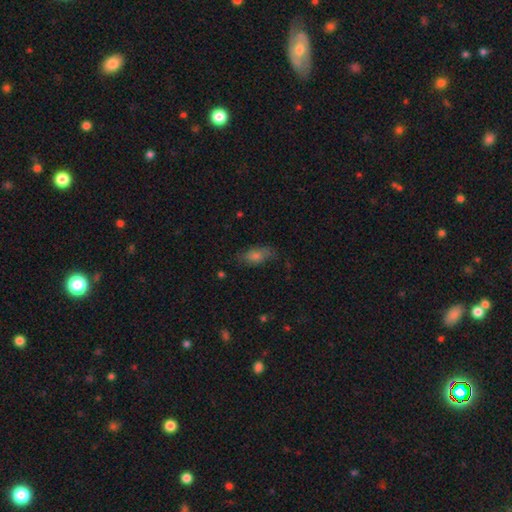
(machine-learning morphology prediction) smooth_or_featured: smooth (p=0.64) [alt: featured or disk p=0.22]
how_rounded: in between (p=0.79) [alt: cigar-shaped p=0.15]
merging: none (p=0.69) [alt: minor disturbance p=0.22]